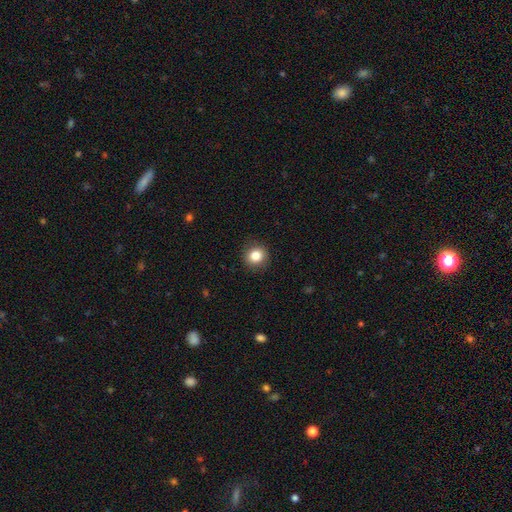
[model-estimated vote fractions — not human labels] Morphology: type=smooth (83%); roundness=round (88%); merging=none (91%).